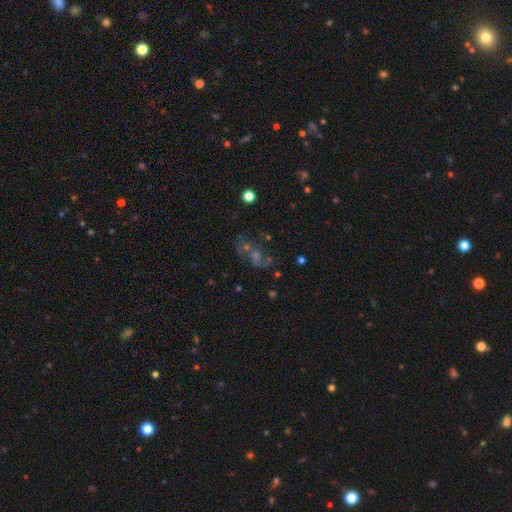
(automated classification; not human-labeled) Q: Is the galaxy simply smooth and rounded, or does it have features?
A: featured or disk — 48%.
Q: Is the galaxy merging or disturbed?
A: none — 45%.